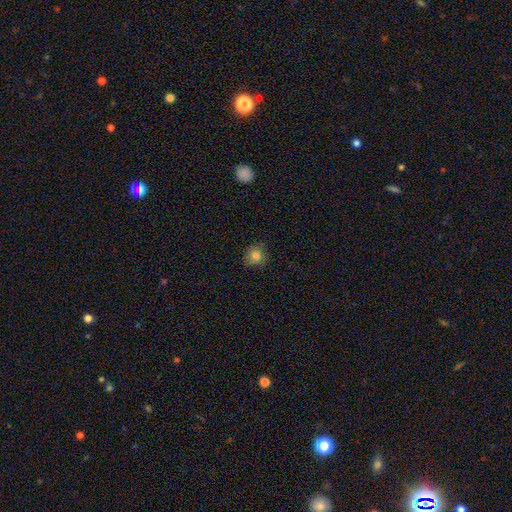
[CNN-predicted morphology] A smooth galaxy with no disk features (81%) that is round (86%).

Vote fractions:
- Smooth or featured? smooth: 81% / star or artifact: 12% / featured or disk: 7%
- How rounded? round: 86% / in between: 13% / cigar-shaped: 1%
- Merging? none: 84% / minor disturbance: 12% / major disturbance: 3% / merger: 1%